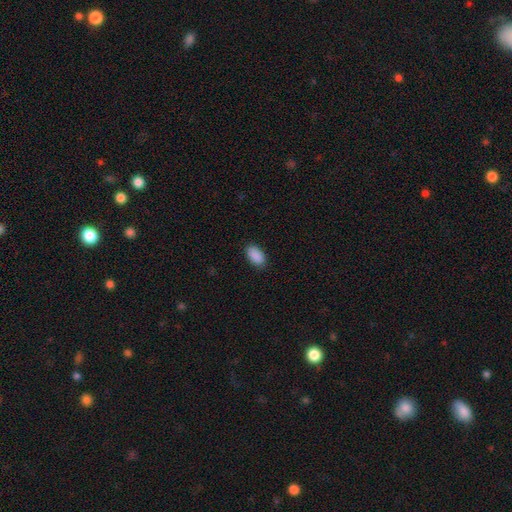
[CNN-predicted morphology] Overall: smooth (90%). How rounded: in between (93%). Merging: none (86%).